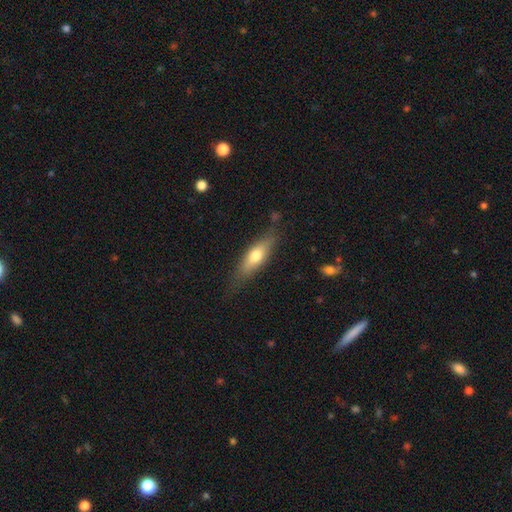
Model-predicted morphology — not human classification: This appears to be a smooth galaxy with no disk features (63%) that is cigar-shaped (51%). Merging: none (75%).